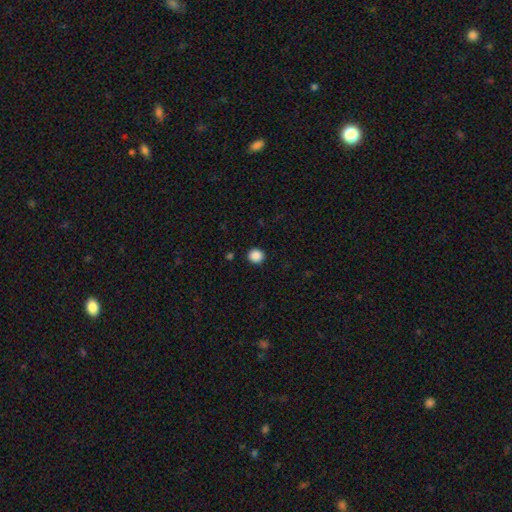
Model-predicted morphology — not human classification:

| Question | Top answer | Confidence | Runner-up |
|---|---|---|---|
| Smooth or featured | smooth | 88% | star or artifact (10%) |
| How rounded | round | 92% | in between (7%) |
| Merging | none | 92% | minor disturbance (5%) |